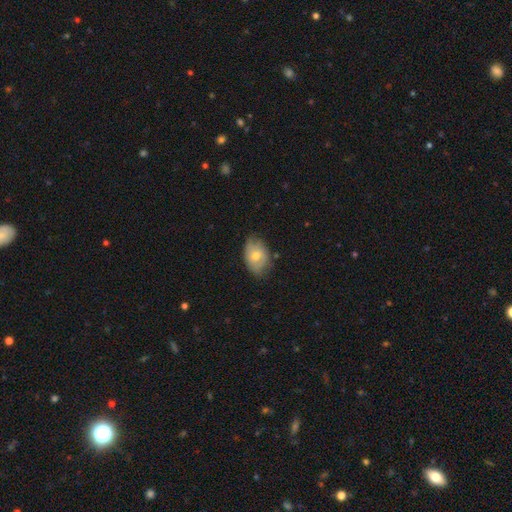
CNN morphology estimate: type=smooth (61%); roundness=in between (82%); merging=none (69%).